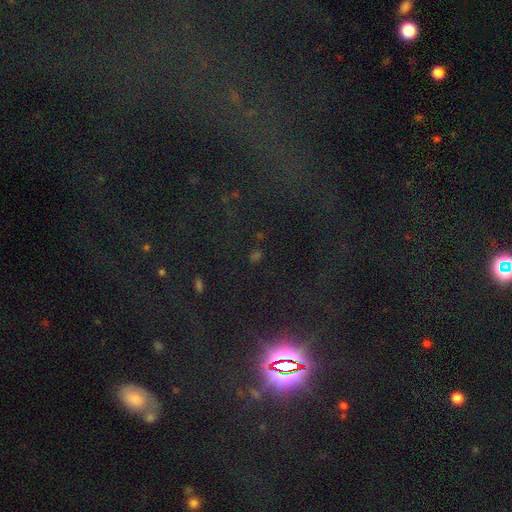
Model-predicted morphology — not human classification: Overall: star or artifact (73%).